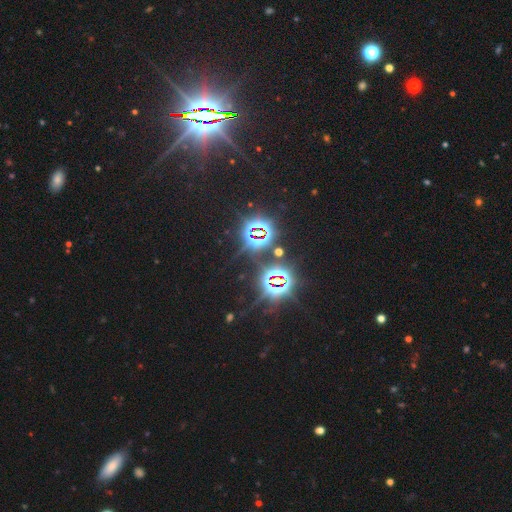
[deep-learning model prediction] This appears to be a star or artifact, not a galaxy (83%).